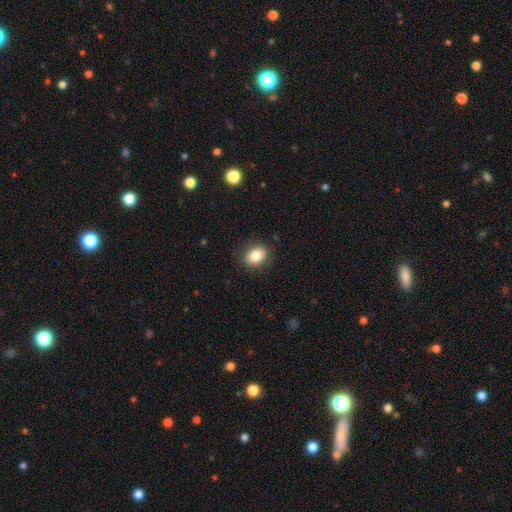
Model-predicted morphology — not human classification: This appears to be a smooth galaxy with no disk features (84%) that is in between round and cigar-shaped (61%). Merging: none (87%).